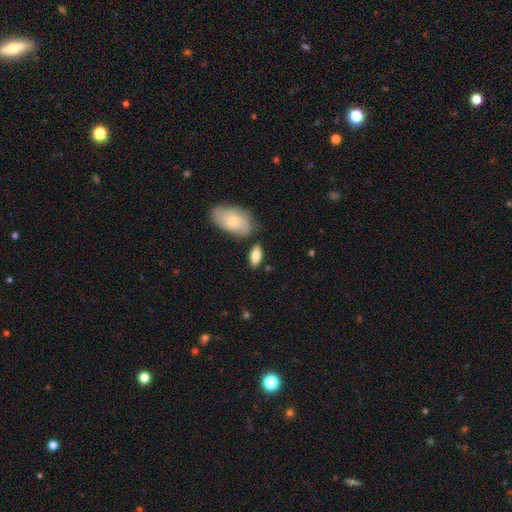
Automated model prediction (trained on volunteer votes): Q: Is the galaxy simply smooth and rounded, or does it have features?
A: smooth — 75%.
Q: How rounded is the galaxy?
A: in between — 86%.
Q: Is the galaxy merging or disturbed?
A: none — 74%.